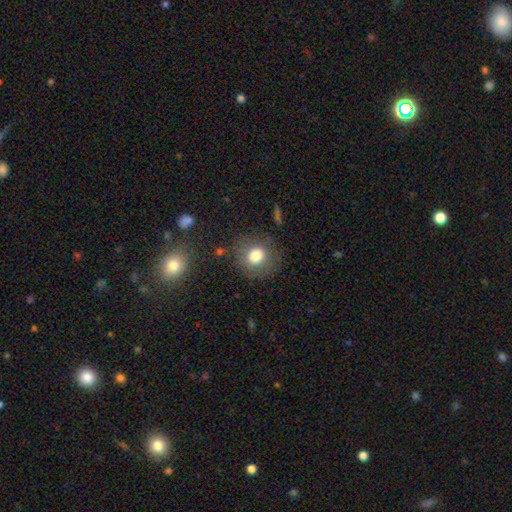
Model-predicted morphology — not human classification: This appears to be a smooth galaxy with no disk features (78%) that is round (85%). Merging: none (80%).